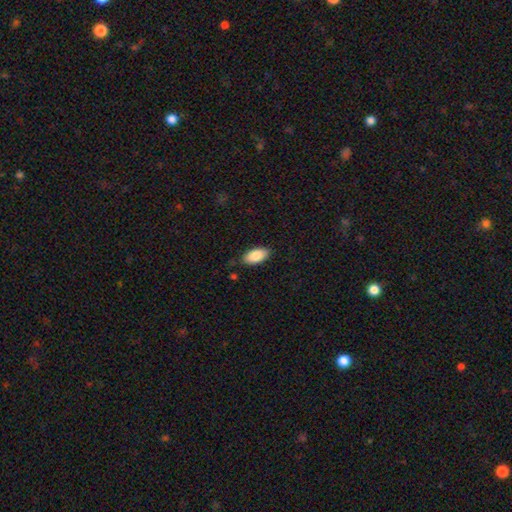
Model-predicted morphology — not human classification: smooth_or_featured: smooth (p=0.86) [alt: featured or disk p=0.08]
how_rounded: in between (p=0.94) [alt: cigar-shaped p=0.04]
merging: none (p=0.83) [alt: minor disturbance p=0.13]